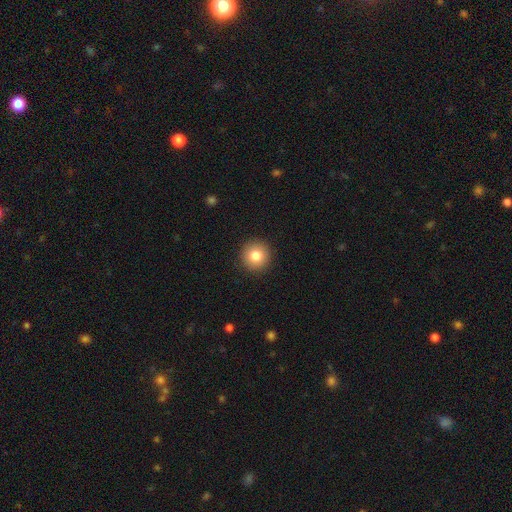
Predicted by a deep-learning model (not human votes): Morphology: type=smooth (81%); roundness=round (95%); merging=none (92%).